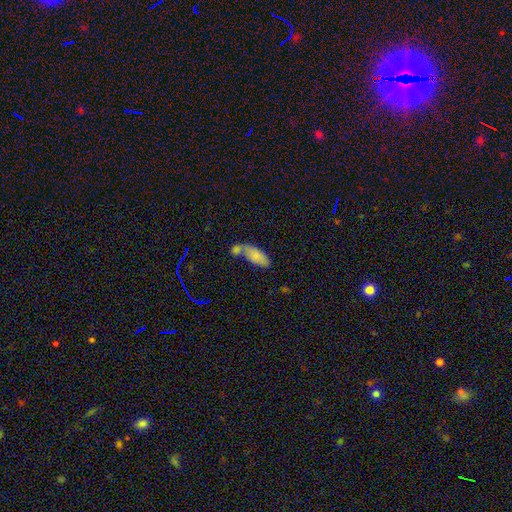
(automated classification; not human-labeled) Smooth or featured?
  - smooth: 78% *
  - featured or disk: 14%
  - star or artifact: 8%
How rounded?
  - in between: 83% *
  - cigar-shaped: 15%
  - round: 3%
Merging?
  - merger: 44% *
  - none: 32%
  - minor disturbance: 15%
  - major disturbance: 9%